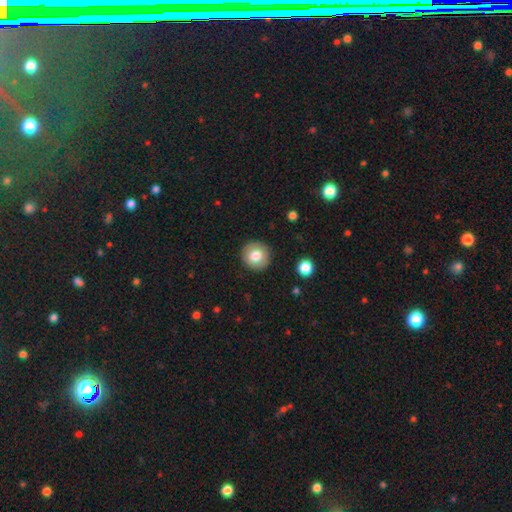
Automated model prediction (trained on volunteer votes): Smooth or featured? Predicted: smooth (p=0.79). How rounded? Predicted: round (p=0.93). Merging? Predicted: none (p=0.91).